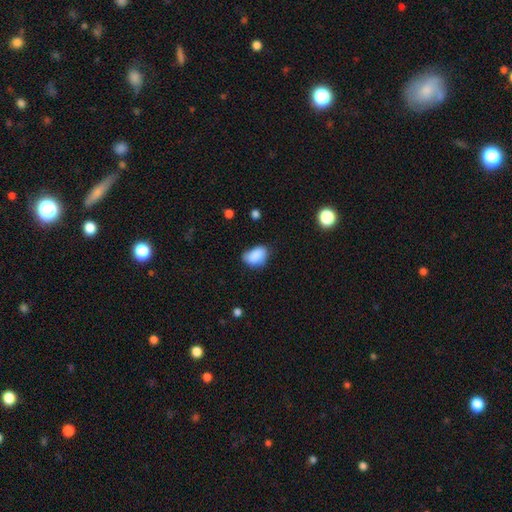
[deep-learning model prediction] smooth_or_featured: smooth (p=0.85) [alt: star or artifact p=0.08]
how_rounded: in between (p=0.84) [alt: round p=0.14]
merging: none (p=0.56) [alt: minor disturbance p=0.33]